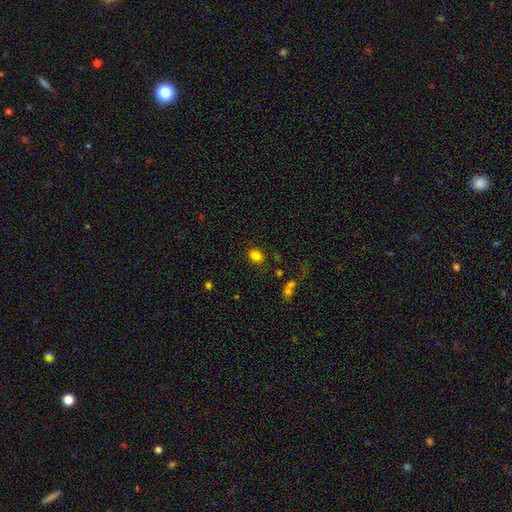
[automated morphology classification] Smooth or featured?
  - smooth: 82% *
  - star or artifact: 12%
  - featured or disk: 6%
How rounded?
  - in between: 58% *
  - round: 41%
  - cigar-shaped: 1%
Merging?
  - none: 82% *
  - minor disturbance: 10%
  - major disturbance: 4%
  - merger: 4%